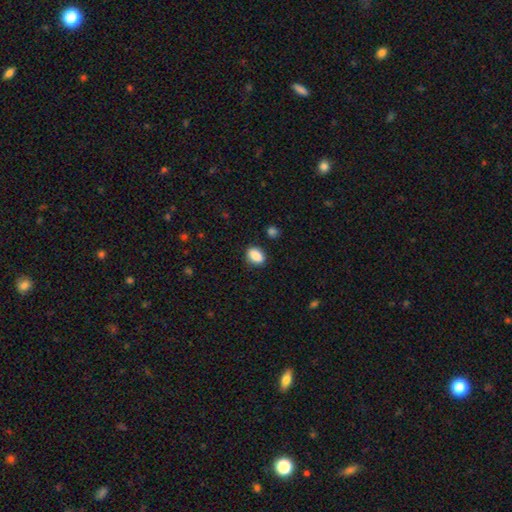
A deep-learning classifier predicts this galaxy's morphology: type=smooth (89%); roundness=in between (83%); merging=none (84%).